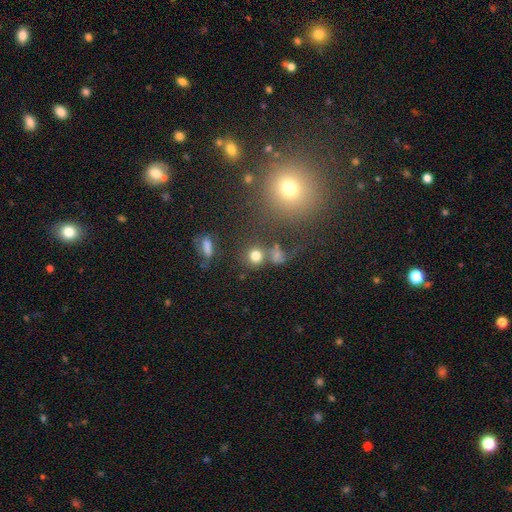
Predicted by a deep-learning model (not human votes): Overall: smooth (76%). How rounded: round (87%). Merging: none (63%).